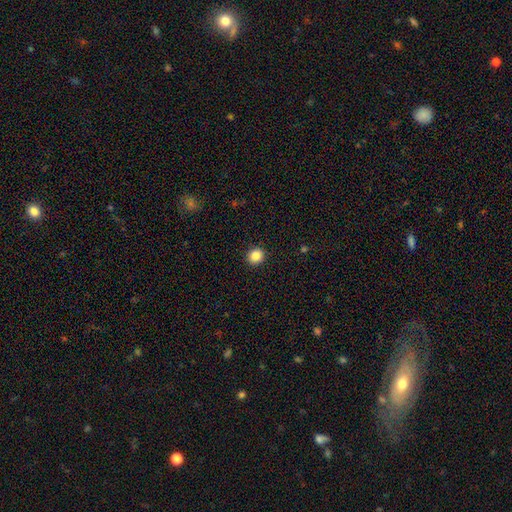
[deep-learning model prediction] Morphology: type=smooth (85%); roundness=round (92%); merging=none (93%).